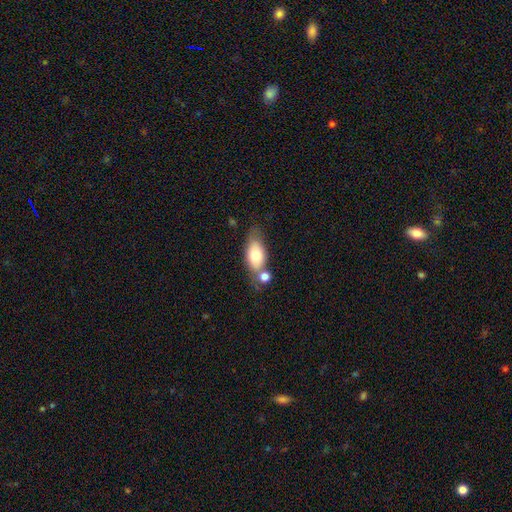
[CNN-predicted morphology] A smooth galaxy with no disk features (73%) that is in between round and cigar-shaped (85%).

Vote fractions:
- Smooth or featured? smooth: 73% / featured or disk: 20% / star or artifact: 7%
- How rounded? in between: 85% / cigar-shaped: 8% / round: 7%
- Merging? none: 45% / merger: 31% / minor disturbance: 17% / major disturbance: 6%